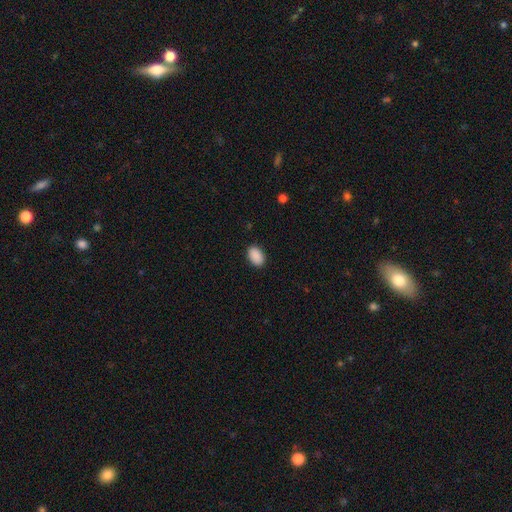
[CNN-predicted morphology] Smooth or featured? Predicted: smooth (p=0.91). How rounded? Predicted: in between (p=0.89). Merging? Predicted: none (p=0.89).